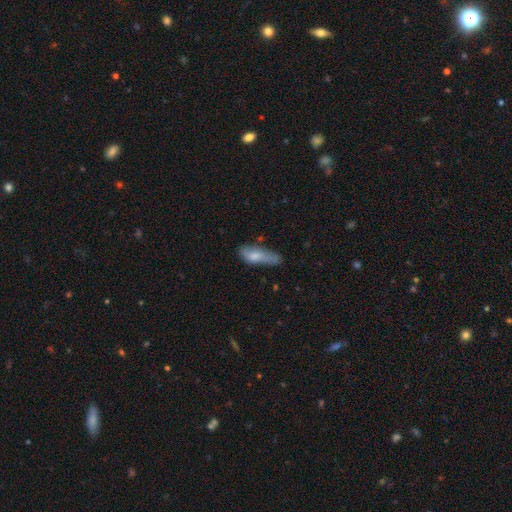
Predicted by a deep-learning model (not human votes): Smooth or featured? smooth (69%)
How rounded? in between (58%)
Merging? none (40%)